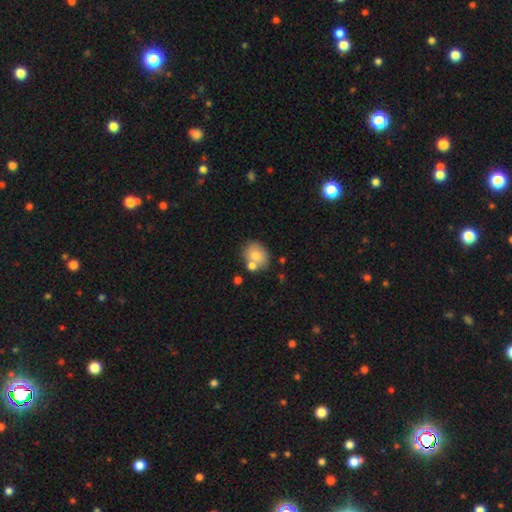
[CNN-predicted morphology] smooth_or_featured: smooth (p=0.76) [alt: featured or disk p=0.15]
how_rounded: round (p=0.57) [alt: in between p=0.42]
merging: none (p=0.59) [alt: merger p=0.22]